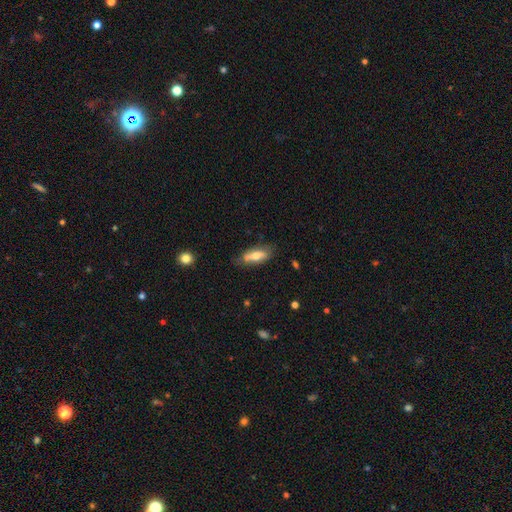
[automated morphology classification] A smooth galaxy with no disk features (60%) that is in between round and cigar-shaped (68%). Merging: none (69%).